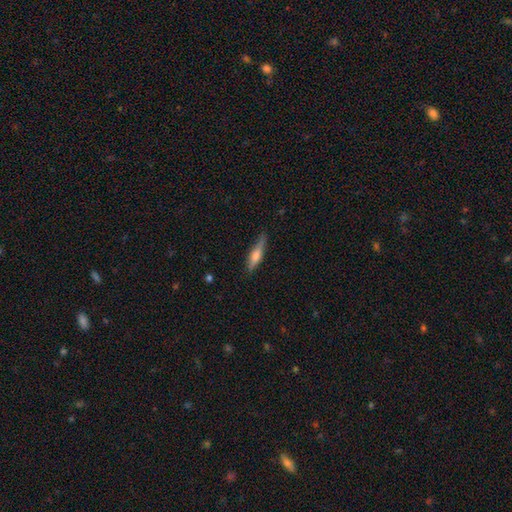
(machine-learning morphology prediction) Q: Smooth or featured?
A: smooth (50%); runner-up: featured or disk (44%)
Q: How rounded?
A: cigar-shaped (78%); runner-up: in between (20%)
Q: Merging?
A: none (77%); runner-up: minor disturbance (18%)